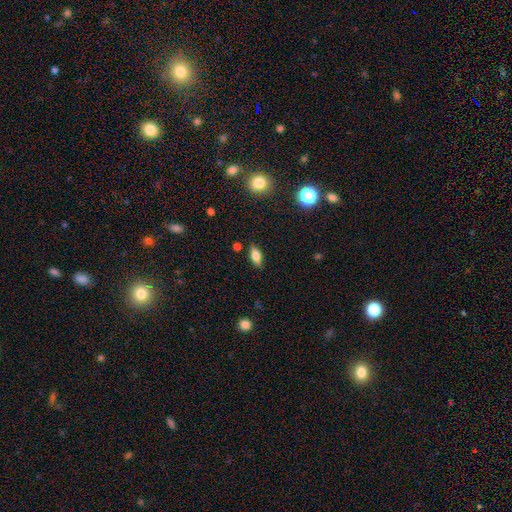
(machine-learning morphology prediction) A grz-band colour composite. It shows a smooth galaxy with no disk features (60%) that is in between round and cigar-shaped (76%). Merging: none (85%).